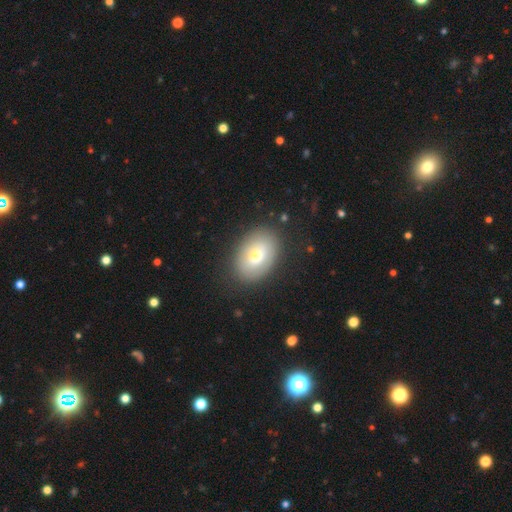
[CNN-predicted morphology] Smooth or featured: smooth — 67% (featured or disk — 25%)
How rounded: in between — 81% (round — 18%)
Merging: none — 85% (minor disturbance — 10%)